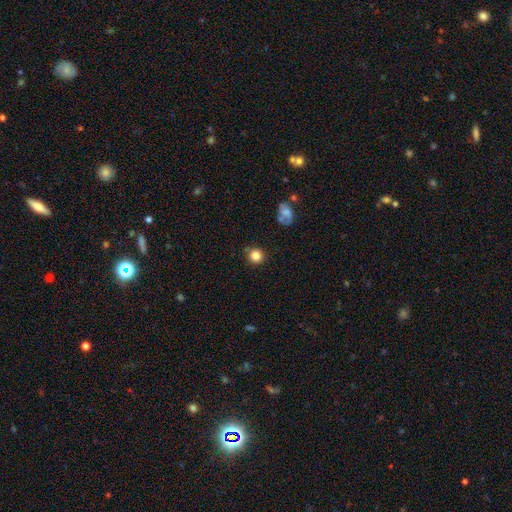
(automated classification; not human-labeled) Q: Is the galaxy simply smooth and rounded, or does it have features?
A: smooth — 84%.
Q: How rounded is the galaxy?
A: round — 91%.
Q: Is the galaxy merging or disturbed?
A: none — 81%.